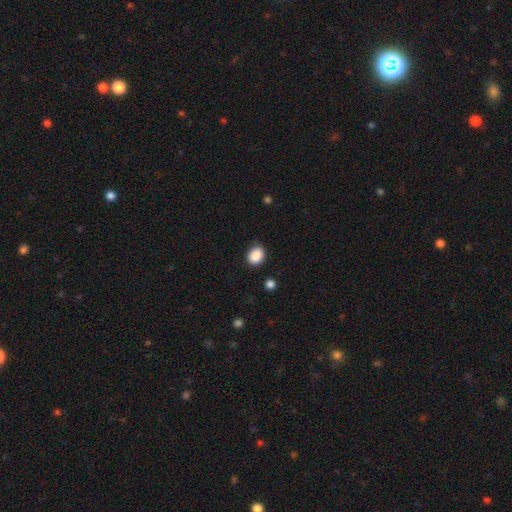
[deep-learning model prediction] Overall: smooth (89%). How rounded: in between (51%; round 48%). Merging: none (84%).